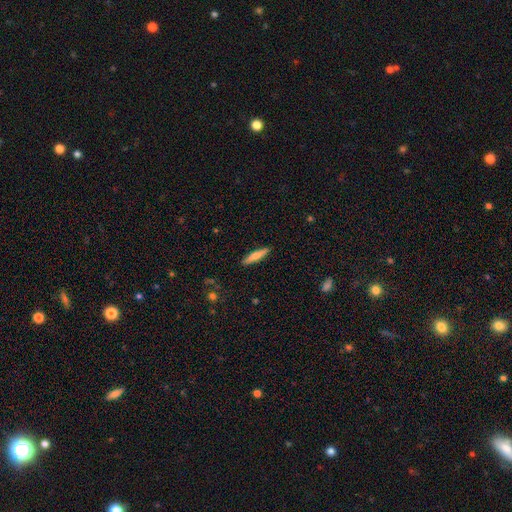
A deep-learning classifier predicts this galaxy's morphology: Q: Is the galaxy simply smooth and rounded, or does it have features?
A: smooth — 67%.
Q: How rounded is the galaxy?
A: cigar-shaped — 88%.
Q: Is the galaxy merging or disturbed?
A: none — 91%.